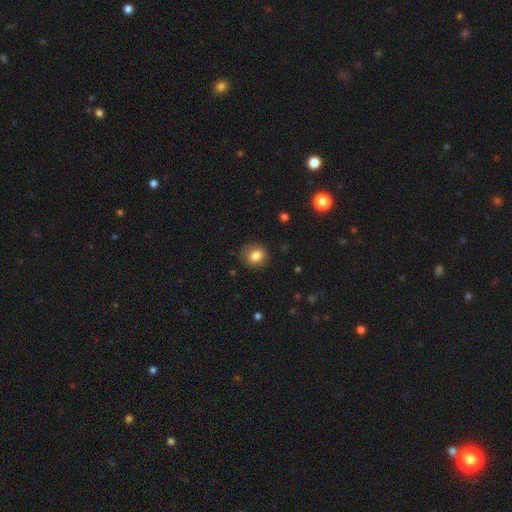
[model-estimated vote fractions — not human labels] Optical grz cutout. It shows a smooth galaxy with no disk features (83%) that is round (83%). Merging: none (86%).